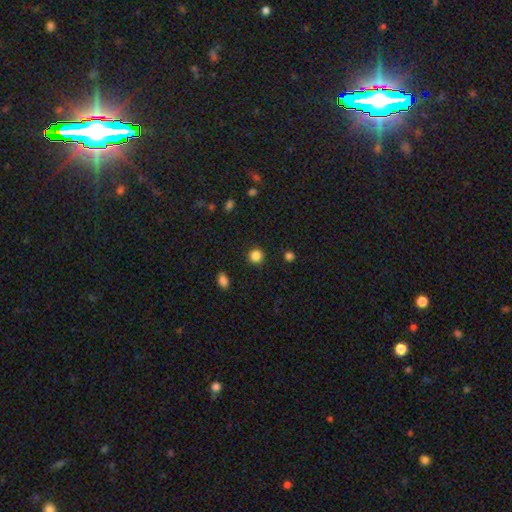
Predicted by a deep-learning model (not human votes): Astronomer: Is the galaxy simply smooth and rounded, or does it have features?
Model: smooth — 85%.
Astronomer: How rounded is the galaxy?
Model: round — 93%.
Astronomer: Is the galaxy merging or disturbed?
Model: none — 91%.